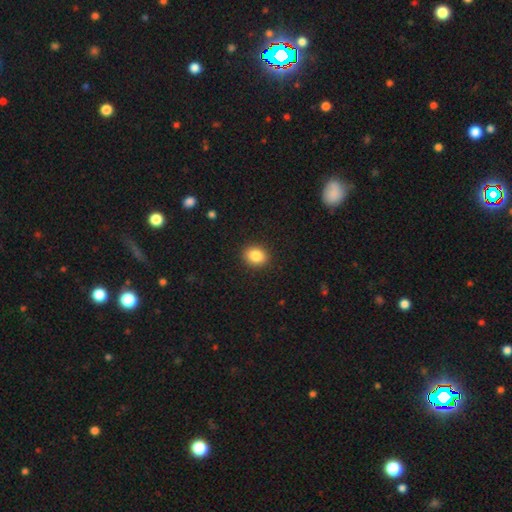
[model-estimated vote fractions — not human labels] Overall: smooth (85%). How rounded: round (56%; in between 43%). Merging: none (91%).